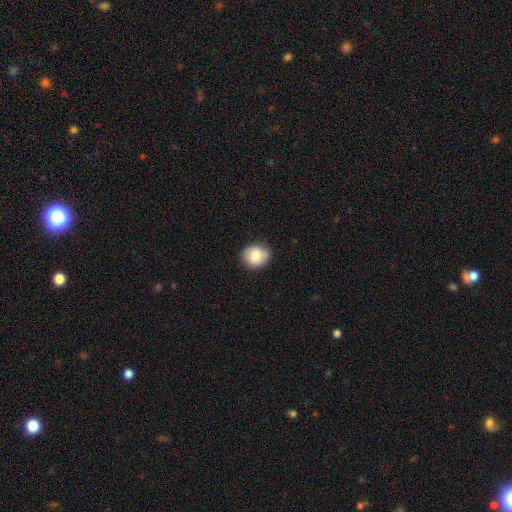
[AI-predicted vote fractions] Smooth or featured: smooth — 81% (featured or disk — 11%)
How rounded: round — 66% (in between — 33%)
Merging: none — 84% (minor disturbance — 12%)